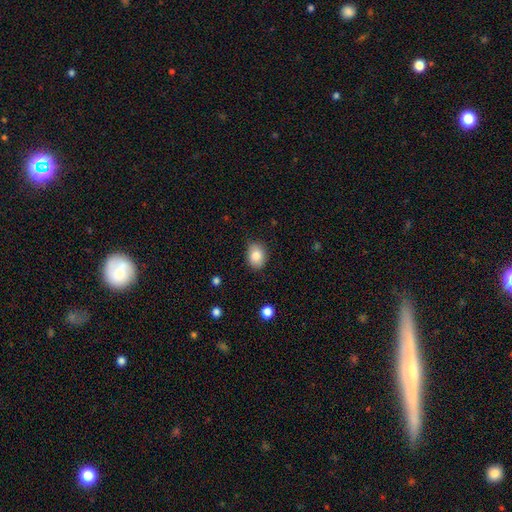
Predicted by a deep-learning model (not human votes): Morphology: type=smooth (84%); roundness=in between (58%); merging=none (81%).